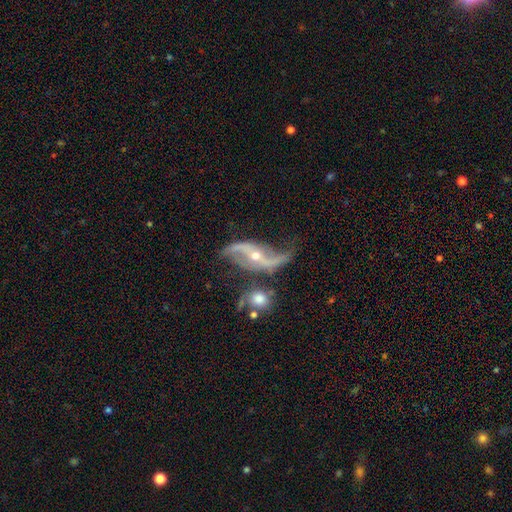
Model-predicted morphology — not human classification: type=featured or disk (89%); edge-on=no (93%); bar=no (38%); spiral arms=yes (95%); winding=loose (79%); arm count=2 (92%); bulge=small (53%); merging=none (52%).